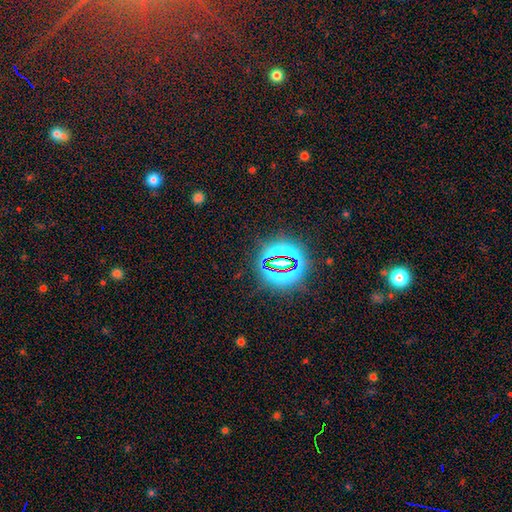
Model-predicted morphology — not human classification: smooth_or_featured: star or artifact (p=0.82) [alt: smooth p=0.11]